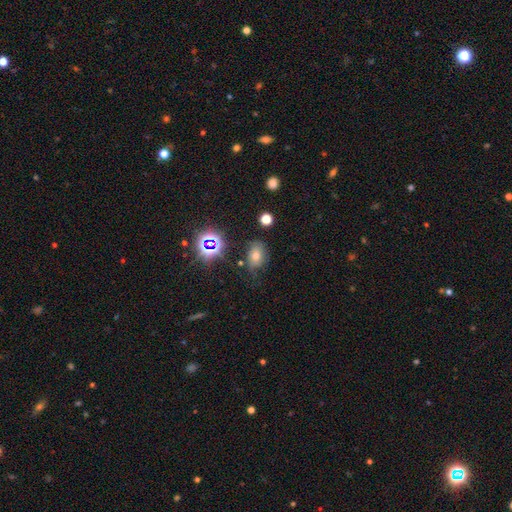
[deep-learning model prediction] Smooth or featured?
  - smooth: 53% *
  - star or artifact: 30%
  - featured or disk: 17%
How rounded?
  - in between: 71% *
  - round: 27%
  - cigar-shaped: 2%
Merging?
  - none: 68% *
  - minor disturbance: 22%
  - major disturbance: 8%
  - merger: 3%